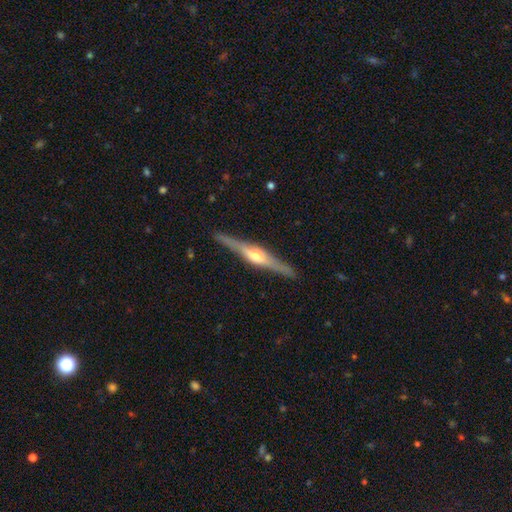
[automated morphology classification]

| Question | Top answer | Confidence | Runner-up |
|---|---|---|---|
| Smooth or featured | featured or disk | 81% | smooth (14%) |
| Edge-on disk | yes | 98% | no (2%) |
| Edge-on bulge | rounded | 87% | boxy (9%) |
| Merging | none | 91% | minor disturbance (7%) |